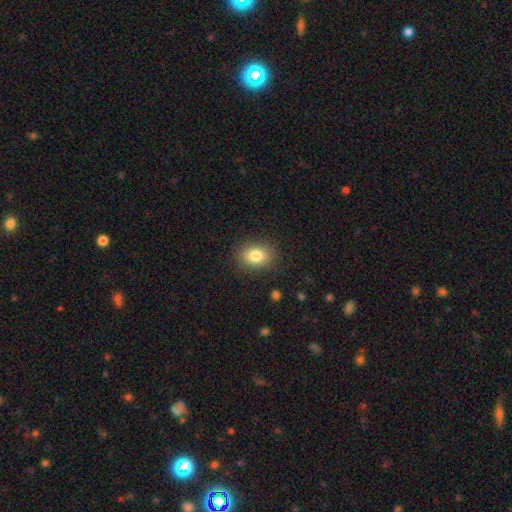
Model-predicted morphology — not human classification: Smooth or featured: smooth — 83% (star or artifact — 9%)
How rounded: in between — 70% (round — 29%)
Merging: none — 87% (minor disturbance — 9%)